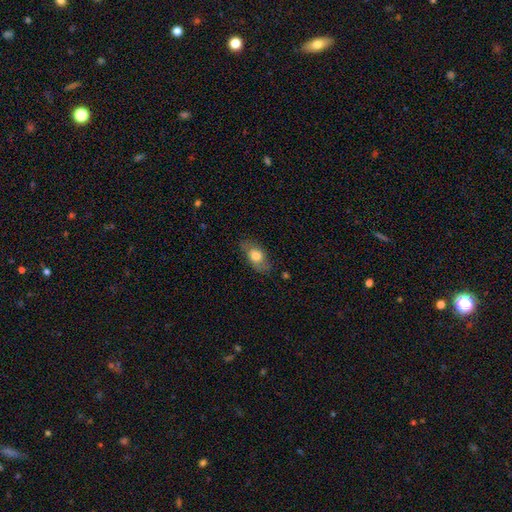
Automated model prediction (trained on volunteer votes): Overall: smooth (64%; featured or disk 28%). How rounded: in between (84%). Merging: none (70%).